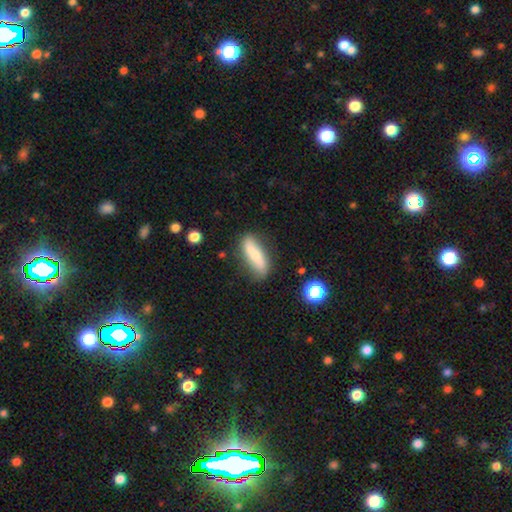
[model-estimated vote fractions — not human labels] This is possibly a smooth galaxy (54%). How rounded: possibly cigar-shaped (56%). Merging: likely none (76%).